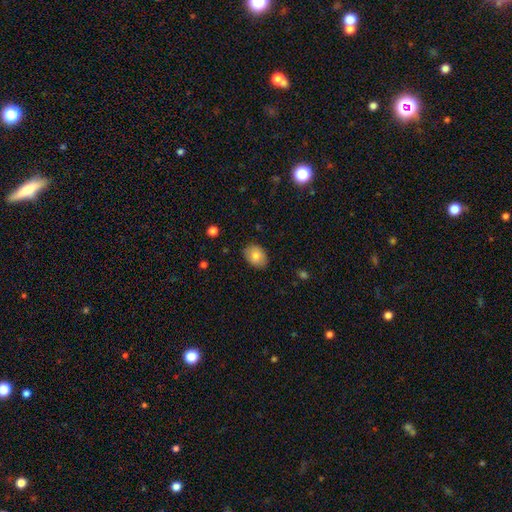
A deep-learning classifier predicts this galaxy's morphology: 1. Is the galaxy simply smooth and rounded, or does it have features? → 79% smooth, 13% featured or disk, 8% star or artifact.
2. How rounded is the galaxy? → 75% in between, 24% round, 1% cigar-shaped.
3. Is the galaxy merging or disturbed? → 84% none, 12% minor disturbance, 2% major disturbance, 1% merger.